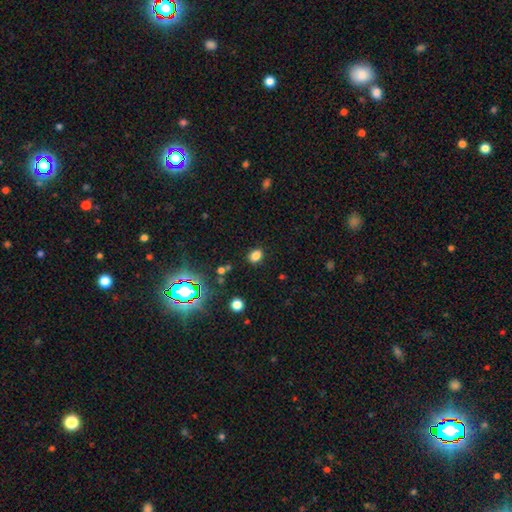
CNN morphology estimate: A smooth galaxy with no disk features (80%) that is in between round and cigar-shaped (62%).

Vote fractions:
- Smooth or featured? smooth: 80% / star or artifact: 16% / featured or disk: 5%
- How rounded? in between: 62% / round: 37% / cigar-shaped: 1%
- Merging? none: 87% / minor disturbance: 9% / major disturbance: 3% / merger: 2%